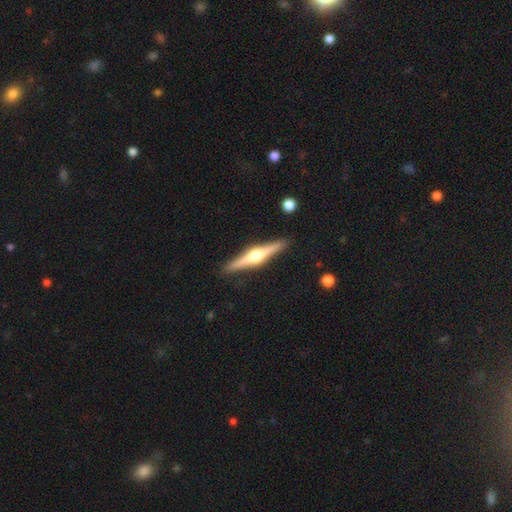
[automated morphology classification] A featured or disk galaxy (79%) viewed edge-on (98%) with a rounded central bulge (94%).

Vote fractions:
- Smooth or featured? featured or disk: 79% / smooth: 17% / star or artifact: 5%
- Edge-on disk? yes: 98% / no: 2%
- Edge-on bulge? rounded: 94% / boxy: 4% / none: 2%
- Merging? none: 91% / minor disturbance: 6% / major disturbance: 1% / merger: 1%